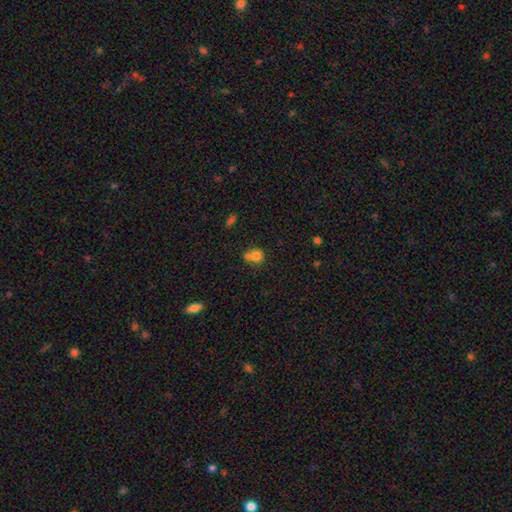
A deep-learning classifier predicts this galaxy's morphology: Q: Smooth or featured?
A: smooth (76%); runner-up: star or artifact (12%)
Q: How rounded?
A: round (75%); runner-up: in between (23%)
Q: Merging?
A: merger (43%); runner-up: none (38%)